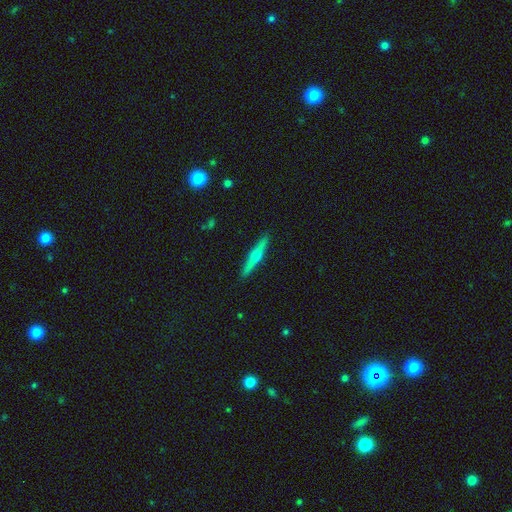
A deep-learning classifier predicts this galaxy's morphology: Smooth or featured? Predicted: featured or disk (p=0.67). Edge-on disk? Predicted: yes (p=0.97). Edge-on bulge? Predicted: rounded (p=0.93). Merging? Predicted: none (p=0.91).